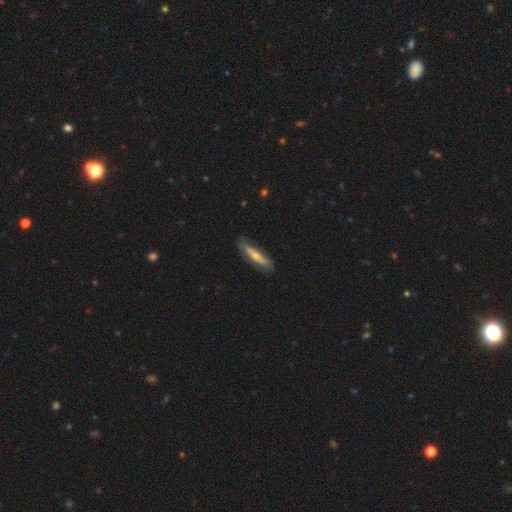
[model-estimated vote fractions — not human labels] Smooth or featured: featured or disk — 53% (smooth — 42%)
Edge-on disk: yes — 78% (no — 22%)
Merging: none — 79% (minor disturbance — 16%)